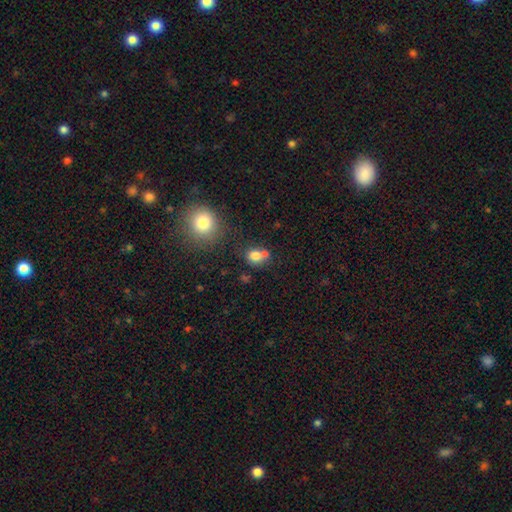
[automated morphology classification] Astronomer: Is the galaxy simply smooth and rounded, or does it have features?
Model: smooth — 78%.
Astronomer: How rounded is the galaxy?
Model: round — 66%.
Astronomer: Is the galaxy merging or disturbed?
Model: none — 47% (runner-up: merger, 37%).